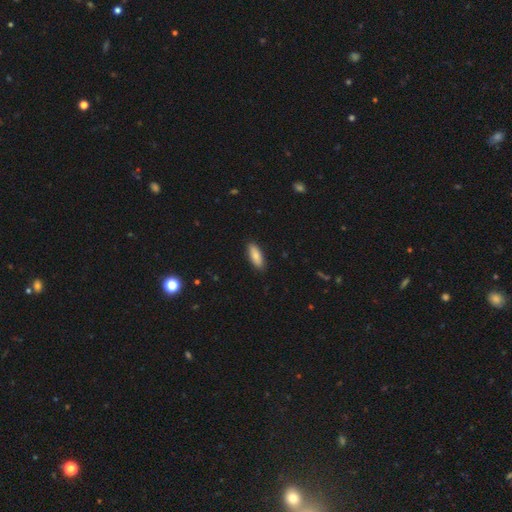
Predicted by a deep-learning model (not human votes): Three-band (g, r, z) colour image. It shows a smooth galaxy with no disk features (85%) that is in between round and cigar-shaped (73%). Merging: none (89%).